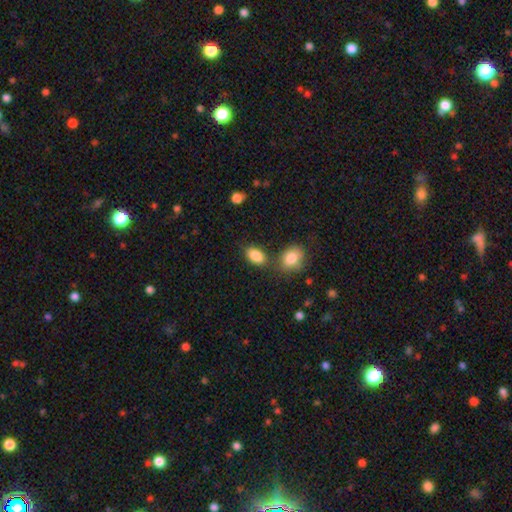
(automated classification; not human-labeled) Q: Smooth or featured?
A: smooth (87%); runner-up: star or artifact (8%)
Q: How rounded?
A: in between (90%); runner-up: round (8%)
Q: Merging?
A: none (68%); runner-up: merger (15%)